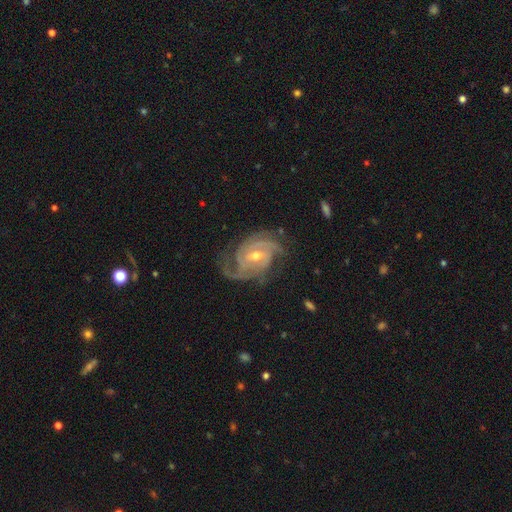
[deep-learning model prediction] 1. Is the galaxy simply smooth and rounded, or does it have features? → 92% featured or disk, 4% star or artifact, 3% smooth.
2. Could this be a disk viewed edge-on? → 97% no, 3% yes.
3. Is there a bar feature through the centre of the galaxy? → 42% weak (tied), 42% no (tied), 16% strong.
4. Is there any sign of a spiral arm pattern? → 98% yes, 2% no.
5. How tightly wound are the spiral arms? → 60% tight, 33% medium, 6% loose.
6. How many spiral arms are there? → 41% 3, 26% 2, 12% can't tell, 10% 4, 5% more than 4, 5% 1.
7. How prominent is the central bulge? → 60% moderate, 37% small, 2% large, 1% none, 1% dominant.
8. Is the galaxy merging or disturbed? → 73% none, 18% minor disturbance, 8% major disturbance, 1% merger.